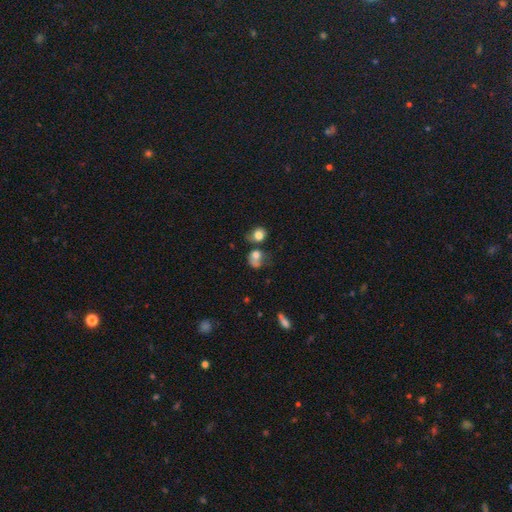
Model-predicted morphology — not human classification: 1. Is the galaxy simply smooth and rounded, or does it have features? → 70% smooth, 18% featured or disk, 12% star or artifact.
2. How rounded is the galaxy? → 55% round, 43% in between, 1% cigar-shaped.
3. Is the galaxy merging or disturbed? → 35% merger, 26% none, 20% major disturbance, 18% minor disturbance.